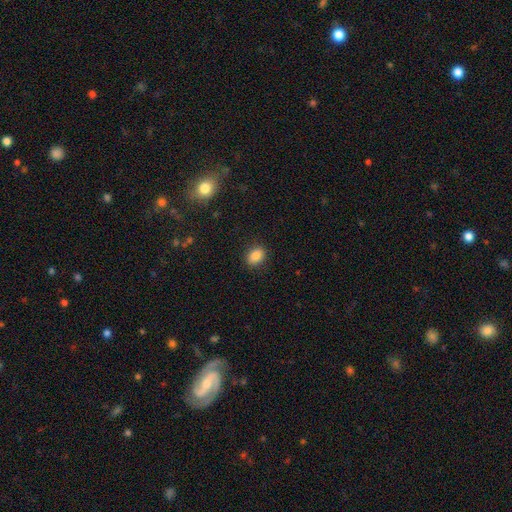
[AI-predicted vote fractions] smooth 86%, star or artifact 10%, featured or disk 4%. Down the decision tree: how rounded — in between (67%); merging — none (88%).